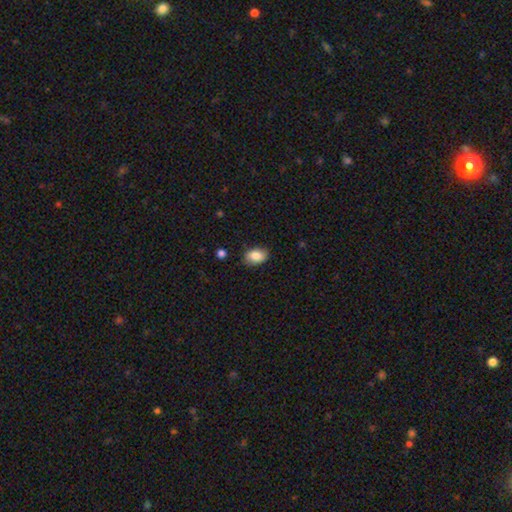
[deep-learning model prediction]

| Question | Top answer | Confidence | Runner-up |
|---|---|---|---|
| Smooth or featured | smooth | 86% | star or artifact (7%) |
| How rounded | in between | 86% | round (12%) |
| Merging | none | 82% | minor disturbance (14%) |